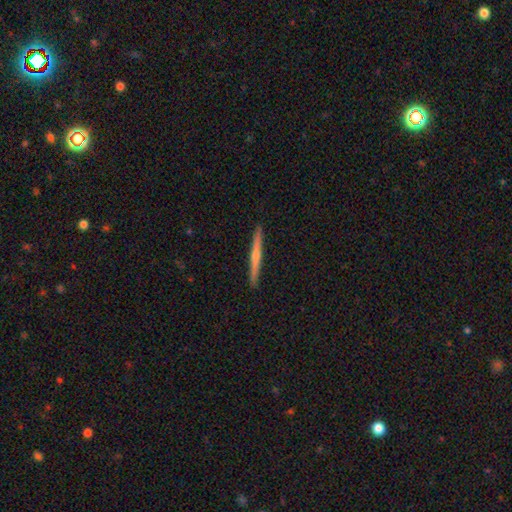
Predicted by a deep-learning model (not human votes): Smooth or featured? Predicted: featured or disk (p=0.57). Edge-on disk? Predicted: yes (p=0.98). Edge-on bulge? Predicted: rounded (p=0.57). Merging? Predicted: none (p=0.92).